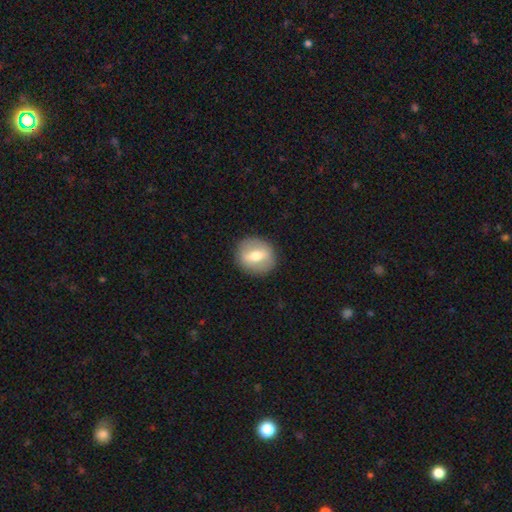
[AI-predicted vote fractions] This appears to be a smooth galaxy with no disk features (50%). Merging: none (88%).